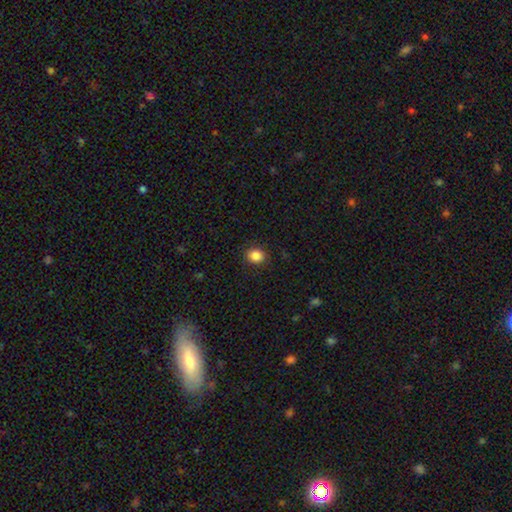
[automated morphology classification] Smooth or featured?
  - smooth: 86% *
  - star or artifact: 10%
  - featured or disk: 4%
How rounded?
  - round: 63% *
  - in between: 36%
  - cigar-shaped: 1%
Merging?
  - none: 89% *
  - minor disturbance: 8%
  - major disturbance: 2%
  - merger: 1%